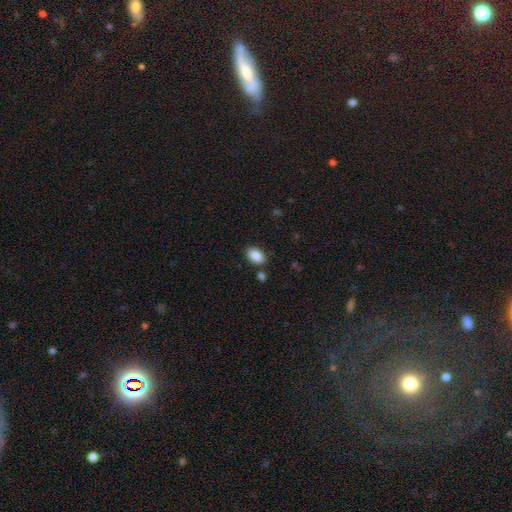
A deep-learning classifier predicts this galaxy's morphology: This is clearly a smooth galaxy (88%). How rounded: clearly in between (89%). Merging: clearly none (81%).